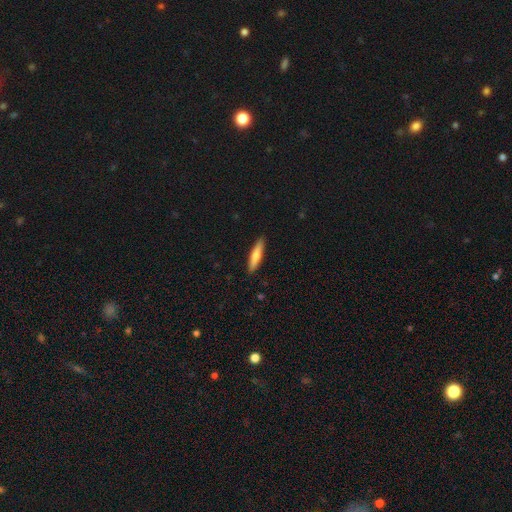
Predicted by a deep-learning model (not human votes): Morphology: type=smooth (71%); roundness=cigar-shaped (84%); merging=none (90%).